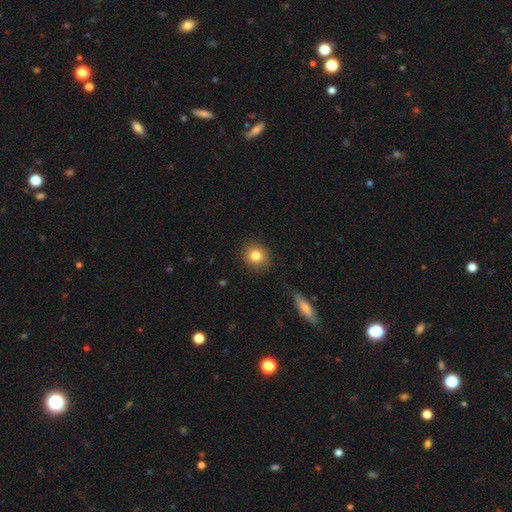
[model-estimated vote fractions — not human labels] Smooth or featured? Predicted: smooth (p=0.83). How rounded? Predicted: round (p=0.84). Merging? Predicted: none (p=0.87).